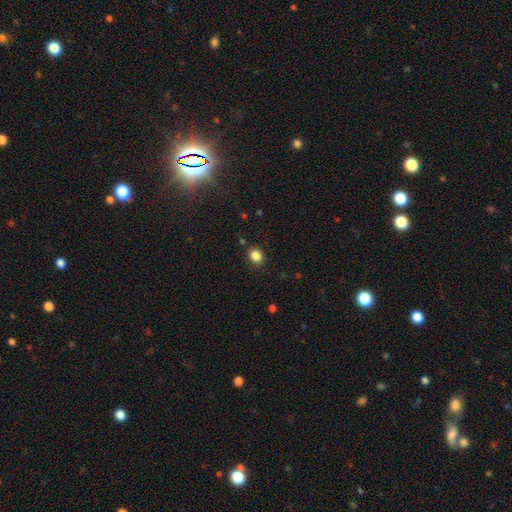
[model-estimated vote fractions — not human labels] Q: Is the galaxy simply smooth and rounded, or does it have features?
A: smooth — 86%.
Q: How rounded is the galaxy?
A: round — 53%.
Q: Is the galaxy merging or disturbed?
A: none — 87%.